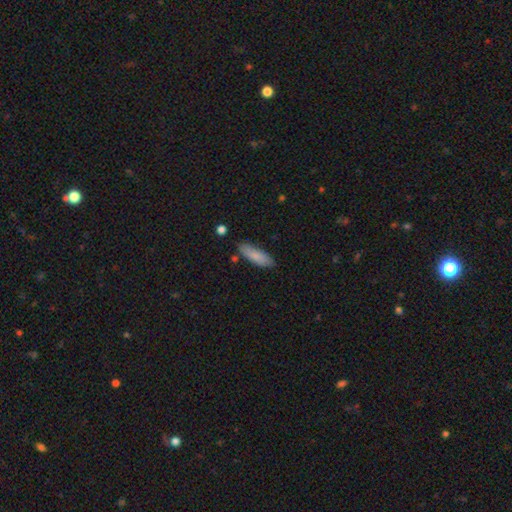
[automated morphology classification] Smooth or featured? smooth (82%)
How rounded? cigar-shaped (49%, tied with in between)
Merging? none (81%)